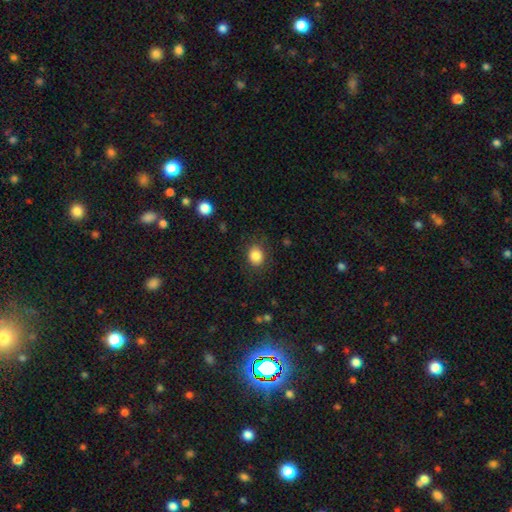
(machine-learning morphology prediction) Smooth or featured: smooth — 85% (star or artifact — 10%)
How rounded: round — 60% (in between — 40%)
Merging: none — 84% (minor disturbance — 11%)